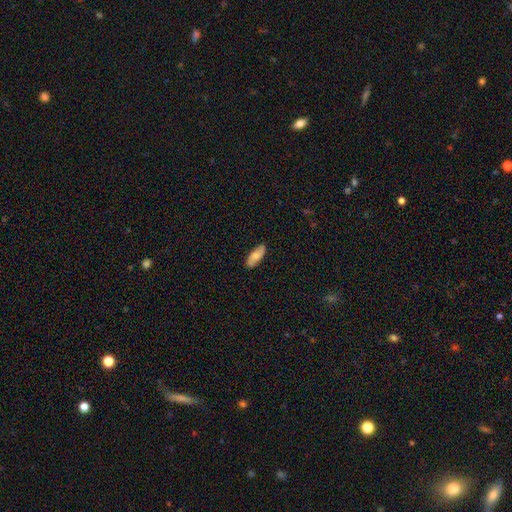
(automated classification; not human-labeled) Morphology: type=smooth (71%); roundness=in between (74%); merging=none (85%).